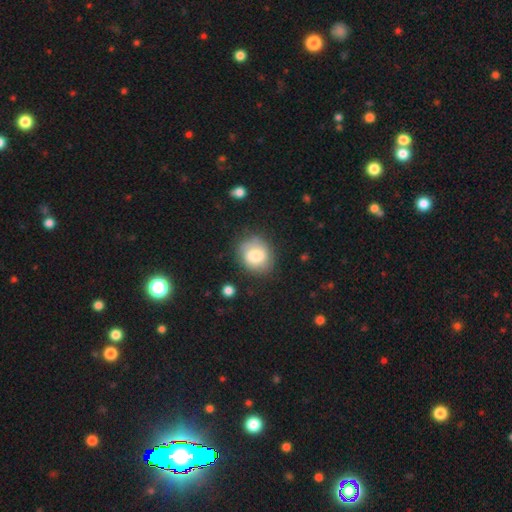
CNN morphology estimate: Overall: smooth (67%). How rounded: round (61%; in between 38%). Merging: none (73%).